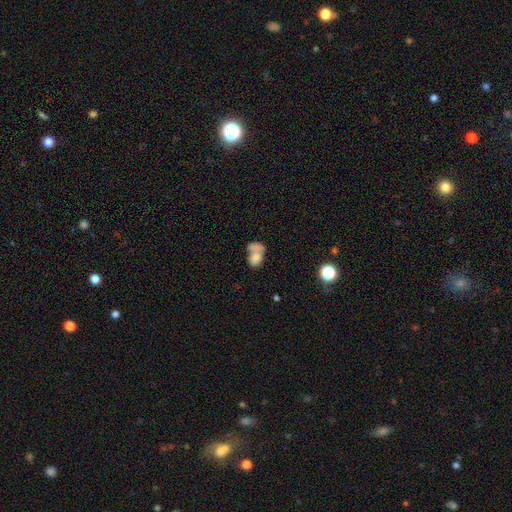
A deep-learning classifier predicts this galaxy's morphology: Smooth or featured? Predicted: smooth (p=0.72). How rounded? Predicted: in between (p=0.77). Merging? Predicted: merger (p=0.57).